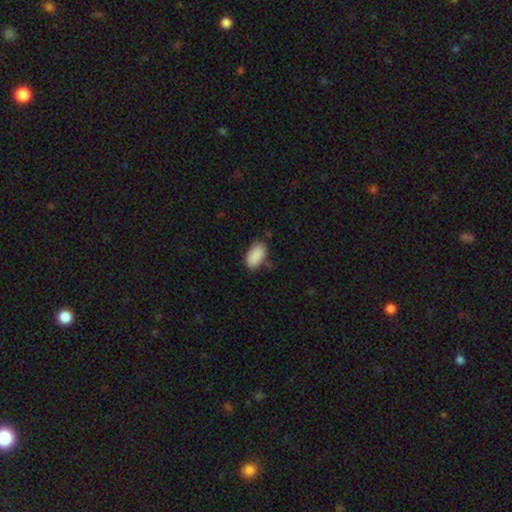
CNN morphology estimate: Q: Smooth or featured?
A: smooth (89%); runner-up: star or artifact (7%)
Q: How rounded?
A: in between (94%); runner-up: round (4%)
Q: Merging?
A: none (71%); runner-up: minor disturbance (21%)